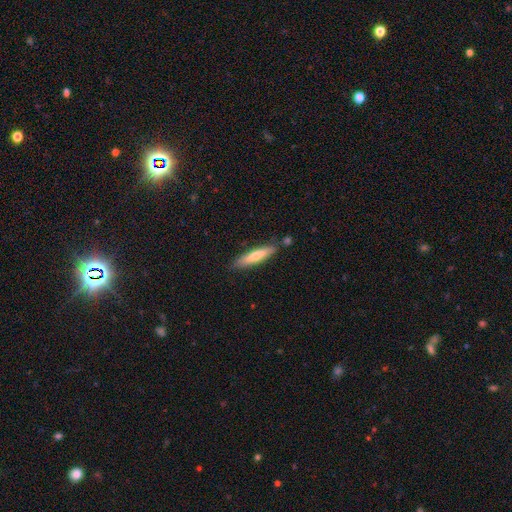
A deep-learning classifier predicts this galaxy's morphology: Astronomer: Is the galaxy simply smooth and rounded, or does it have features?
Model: smooth — 62%.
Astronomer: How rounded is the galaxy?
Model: cigar-shaped — 87%.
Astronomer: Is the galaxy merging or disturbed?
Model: none — 83%.